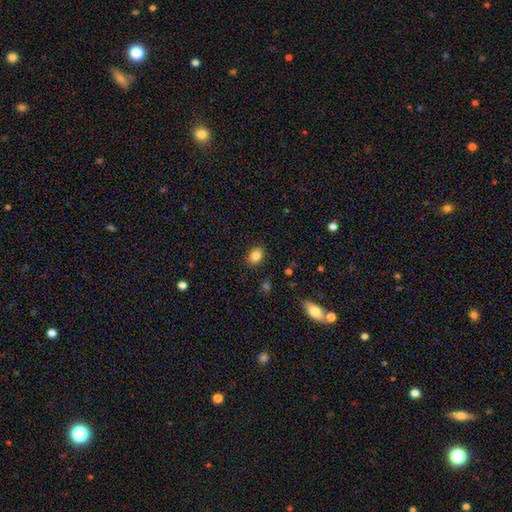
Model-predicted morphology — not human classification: This appears to be a smooth galaxy with no disk features (84%) that is round (54%). Merging: none (88%).